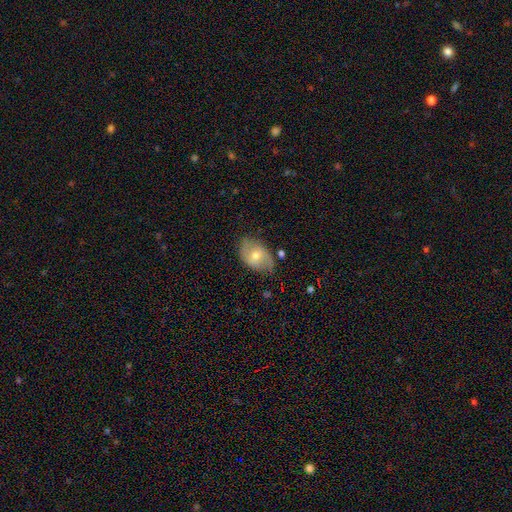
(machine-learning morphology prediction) smooth_or_featured: featured or disk (p=0.57) [alt: smooth p=0.36]
disk_edge_on: no (p=0.95) [alt: yes p=0.05]
bar: no (p=0.59) [alt: weak p=0.33]
has_spiral_arms: yes (p=0.76) [alt: no p=0.24]
bulge_size: moderate (p=0.62) [alt: small p=0.34]
merging: none (p=0.71) [alt: minor disturbance p=0.21]